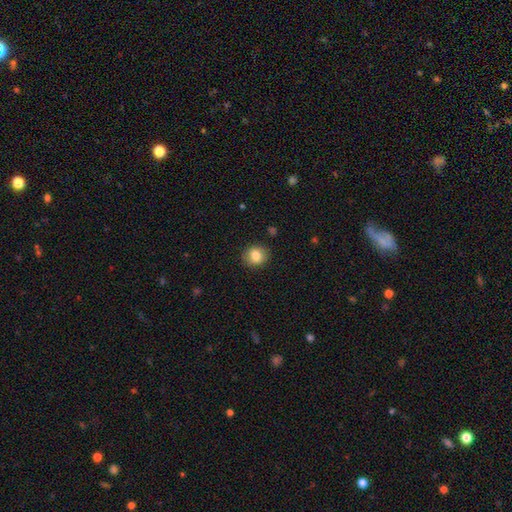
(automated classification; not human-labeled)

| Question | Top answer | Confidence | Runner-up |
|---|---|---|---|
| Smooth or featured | smooth | 82% | star or artifact (9%) |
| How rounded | round | 77% | in between (22%) |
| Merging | none | 88% | minor disturbance (8%) |